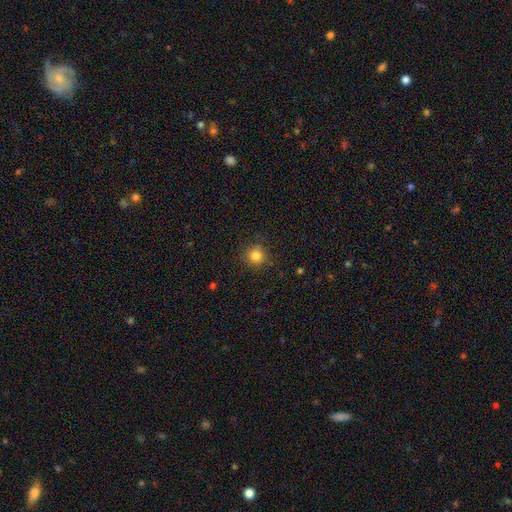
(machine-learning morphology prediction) This is clearly a smooth galaxy (81%). How rounded: clearly round (93%). Merging: clearly none (86%).